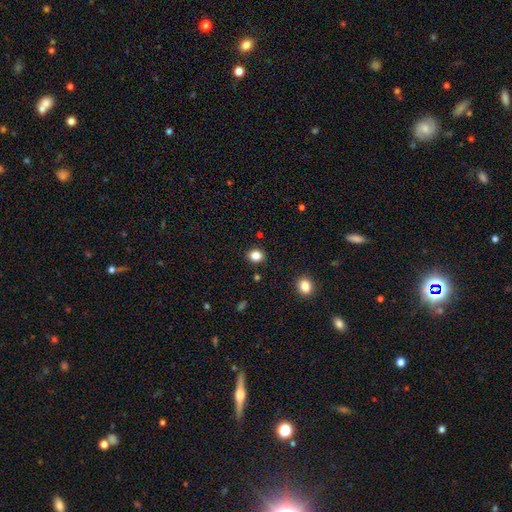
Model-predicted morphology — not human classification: Smooth or featured? Predicted: smooth (p=0.83). How rounded? Predicted: round (p=0.58). Merging? Predicted: none (p=0.89).